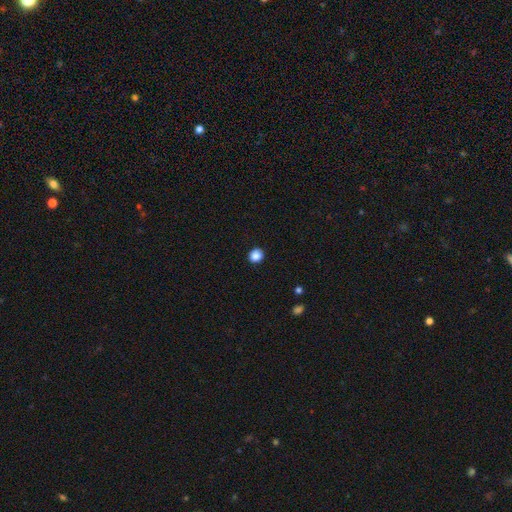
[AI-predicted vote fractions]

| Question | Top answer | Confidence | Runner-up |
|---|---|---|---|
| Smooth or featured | smooth | 87% | star or artifact (10%) |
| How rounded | round | 83% | in between (16%) |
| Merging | none | 92% | minor disturbance (6%) |